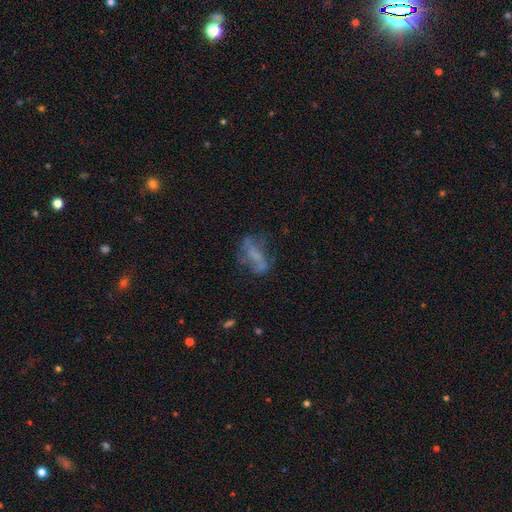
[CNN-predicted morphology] Overall: featured or disk (50%; smooth 36%). Edge-on disk: no (92%). Merging: none (48%; major disturbance 23%).